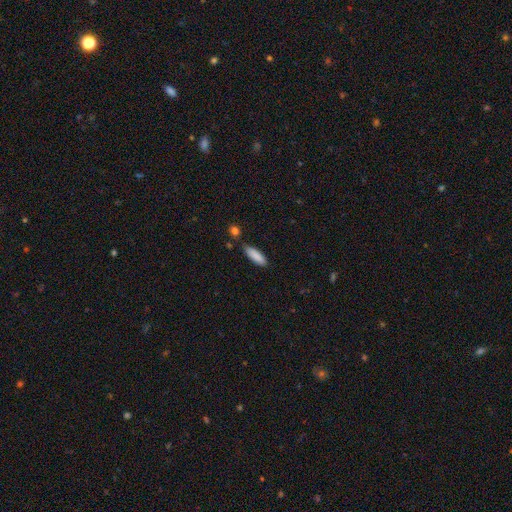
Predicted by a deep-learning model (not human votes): smooth-or-featured: smooth: 88% | star or artifact: 6% | featured or disk: 5%
  how-rounded: in between: 54% | cigar-shaped: 45% | round: 2%
  merging: none: 81% | minor disturbance: 12% | merger: 4% | major disturbance: 2%